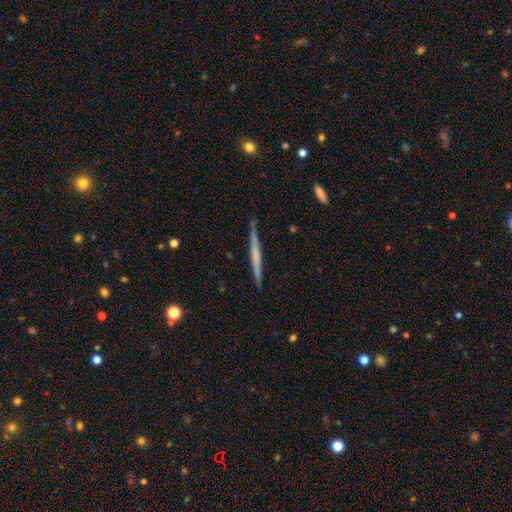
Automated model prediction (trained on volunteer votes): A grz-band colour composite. It shows a featured or disk galaxy (57%) viewed edge-on (98%) with no central bulge (71%). Merging: none (90%).